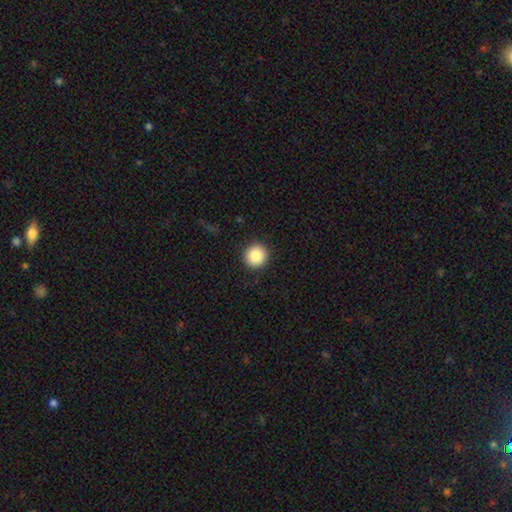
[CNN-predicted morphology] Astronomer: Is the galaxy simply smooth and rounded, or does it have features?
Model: smooth — 87%.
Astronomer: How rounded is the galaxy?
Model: round — 95%.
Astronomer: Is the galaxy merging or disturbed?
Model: none — 92%.